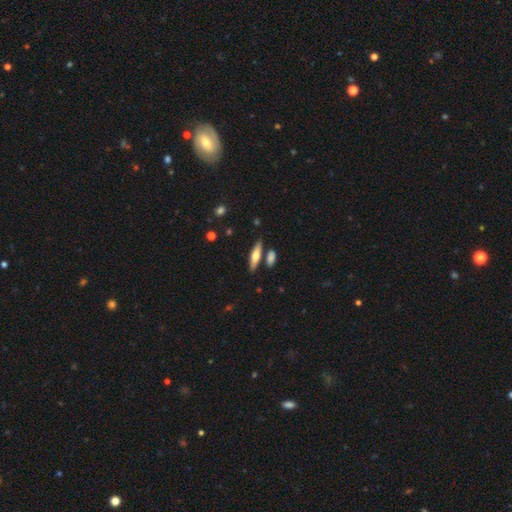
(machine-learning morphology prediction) type=smooth (58%); roundness=cigar-shaped (65%); merging=none (77%).